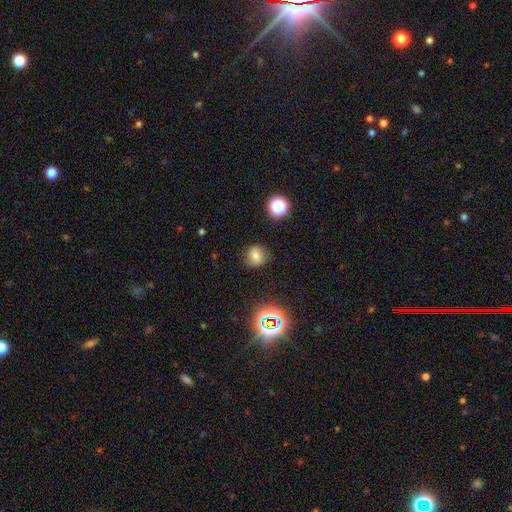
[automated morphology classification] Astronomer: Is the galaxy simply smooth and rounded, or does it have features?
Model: smooth — 70%.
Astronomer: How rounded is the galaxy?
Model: round — 82%.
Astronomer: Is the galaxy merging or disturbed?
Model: none — 79%.